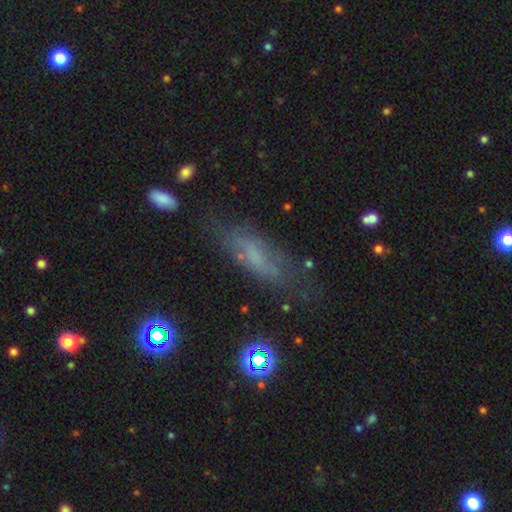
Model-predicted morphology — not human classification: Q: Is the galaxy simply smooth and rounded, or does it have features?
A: smooth — 48%.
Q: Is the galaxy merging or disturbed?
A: none — 61%.